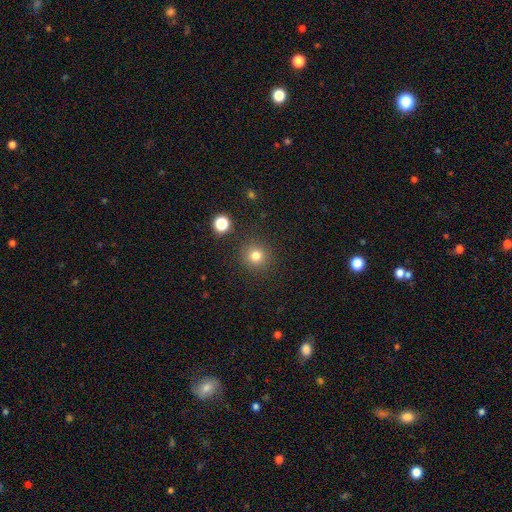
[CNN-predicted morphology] Smooth or featured?
  - smooth: 79% *
  - star or artifact: 14%
  - featured or disk: 6%
How rounded?
  - round: 93% *
  - in between: 6%
  - cigar-shaped: 1%
Merging?
  - none: 89% *
  - minor disturbance: 6%
  - major disturbance: 2%
  - merger: 2%